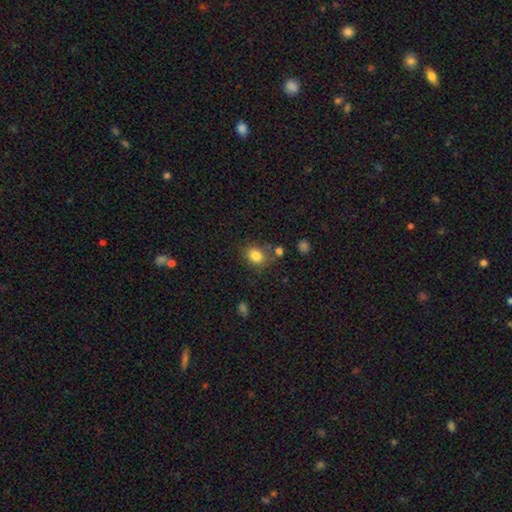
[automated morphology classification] Smooth or featured? smooth (82%)
How rounded? in between (50%)
Merging? none (72%)